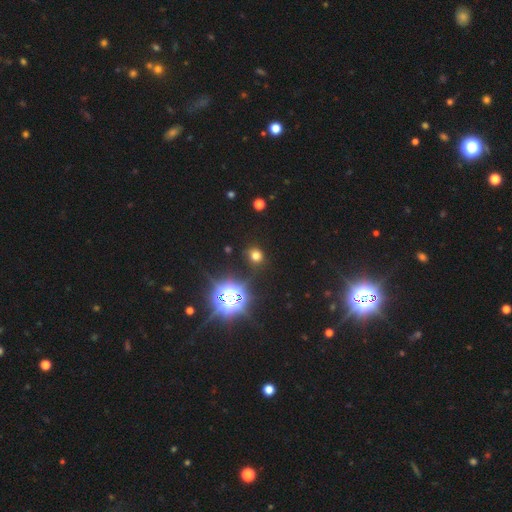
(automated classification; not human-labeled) smooth_or_featured: smooth (p=0.63) [alt: star or artifact p=0.31]
how_rounded: round (p=0.81) [alt: in between p=0.18]
merging: none (p=0.85) [alt: minor disturbance p=0.09]